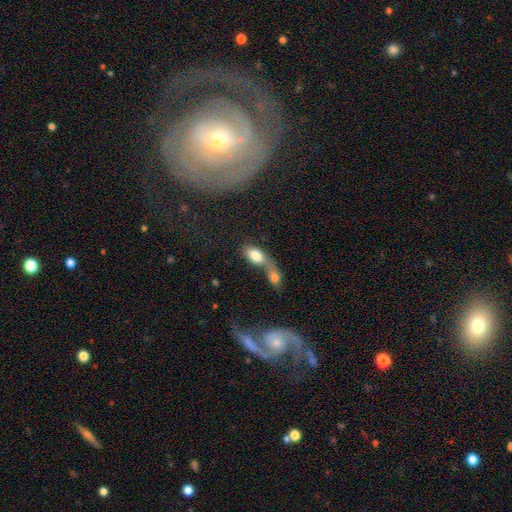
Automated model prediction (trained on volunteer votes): The model was most divided on "merging": merger: 64%, none: 22%, minor disturbance: 8%, major disturbance: 6%. More confident: how rounded — in between (88%); smooth or featured — smooth (80%).